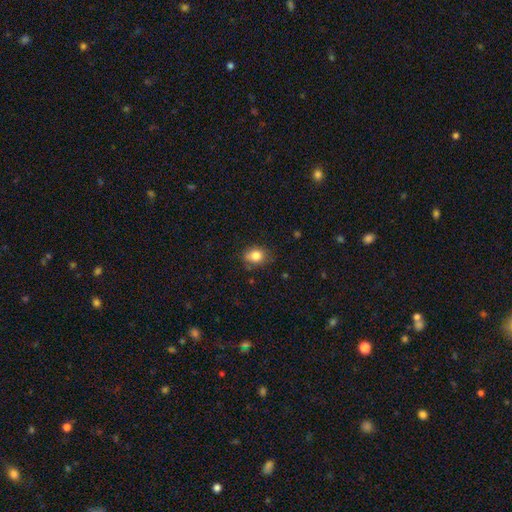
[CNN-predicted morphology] smooth-or-featured: smooth: 83% | star or artifact: 10% | featured or disk: 8%
  how-rounded: round: 54% | in between: 45% | cigar-shaped: 1%
  merging: none: 72% | minor disturbance: 22% | major disturbance: 4% | merger: 2%